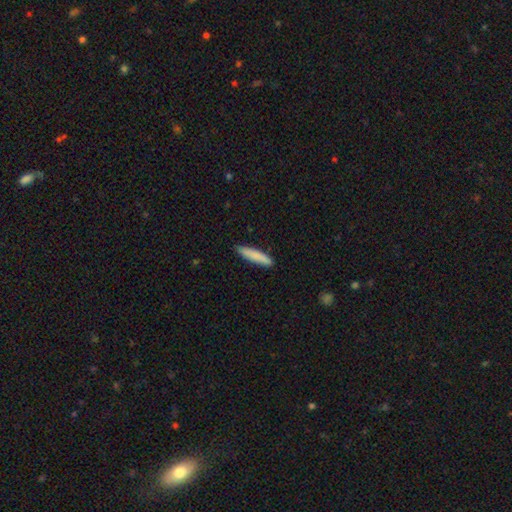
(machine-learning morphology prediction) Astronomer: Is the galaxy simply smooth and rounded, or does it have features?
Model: smooth — 84%.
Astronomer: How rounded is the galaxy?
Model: cigar-shaped — 86%.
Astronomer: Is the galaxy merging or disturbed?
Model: none — 87%.